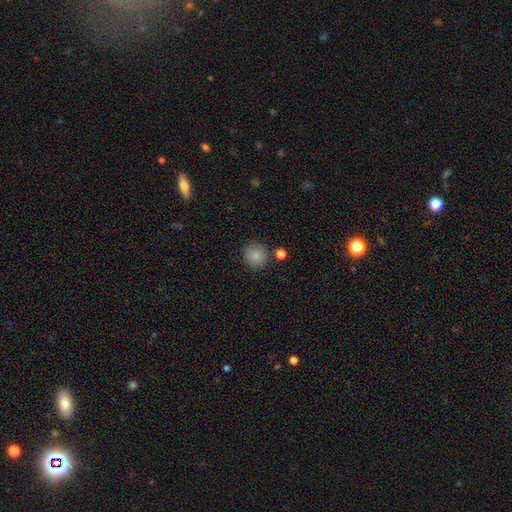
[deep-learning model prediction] smooth-or-featured: smooth: 84% | star or artifact: 10% | featured or disk: 6%
  how-rounded: round: 92% | in between: 7% | cigar-shaped: 1%
  merging: none: 84% | minor disturbance: 9% | merger: 5% | major disturbance: 2%